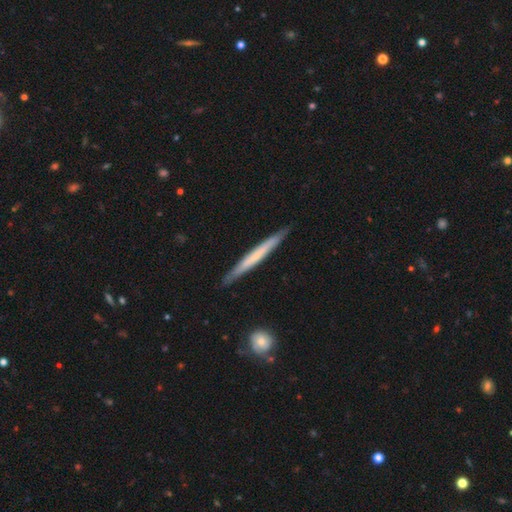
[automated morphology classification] This is possibly a smooth galaxy (49%). Merging: clearly none (89%).